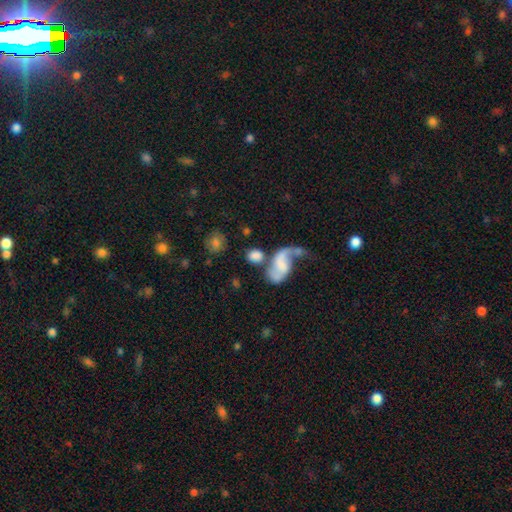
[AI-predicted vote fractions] Smooth or featured? smooth (54%)
How rounded? in between (72%)
Merging? merger (41%)